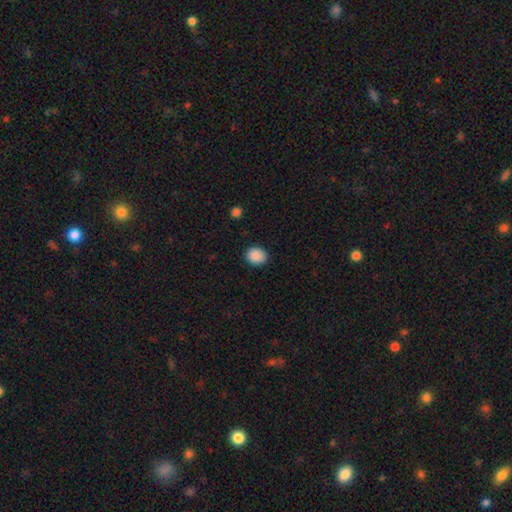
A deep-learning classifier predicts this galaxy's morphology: smooth-or-featured: smooth: 89% | star or artifact: 8% | featured or disk: 3%
  how-rounded: round: 54% | in between: 45% | cigar-shaped: 1%
  merging: none: 90% | minor disturbance: 7% | major disturbance: 2% | merger: 1%